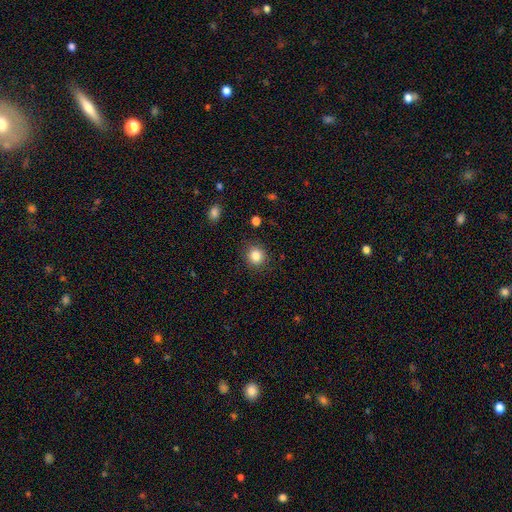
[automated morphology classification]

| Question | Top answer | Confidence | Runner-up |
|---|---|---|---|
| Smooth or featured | smooth | 84% | star or artifact (10%) |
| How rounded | round | 89% | in between (10%) |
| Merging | none | 89% | minor disturbance (7%) |